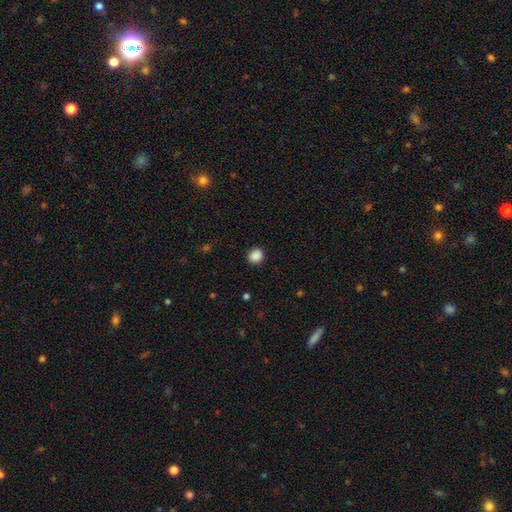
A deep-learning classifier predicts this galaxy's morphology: The model was most divided on "how rounded": round: 84%, in between: 15%, cigar-shaped: 1%. More confident: merging — none (91%); smooth or featured — smooth (88%).